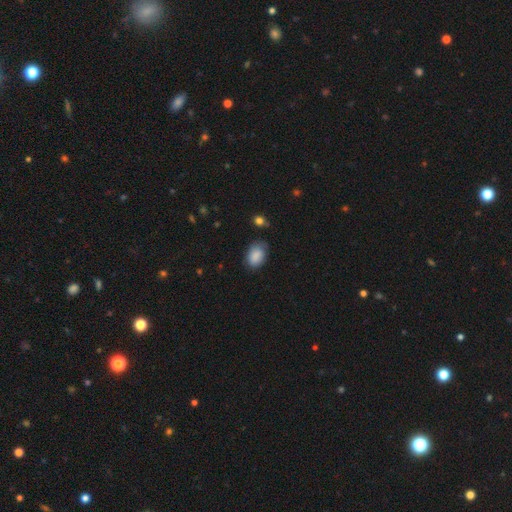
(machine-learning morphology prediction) This appears to be a smooth galaxy with no disk features (87%) that is in between round and cigar-shaped (85%). Merging: none (68%).